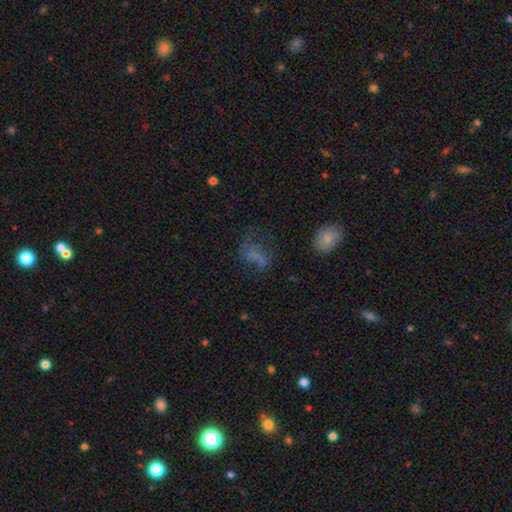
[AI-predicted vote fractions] A smooth galaxy with no disk features (49%). Merging: major disturbance (40%).